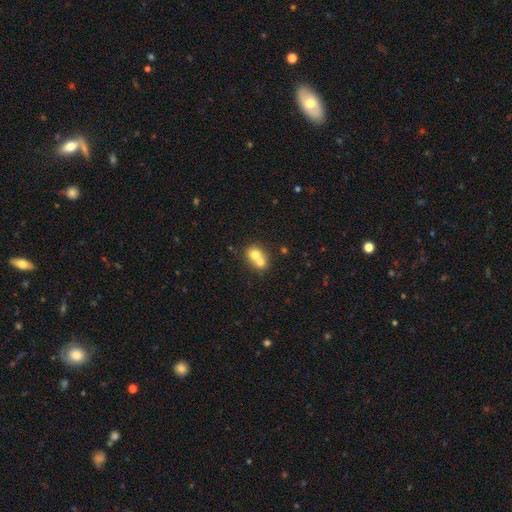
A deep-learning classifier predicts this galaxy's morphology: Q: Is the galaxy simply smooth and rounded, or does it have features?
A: smooth — 70%.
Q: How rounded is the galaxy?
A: round — 67%.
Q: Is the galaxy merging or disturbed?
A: merger — 68%.